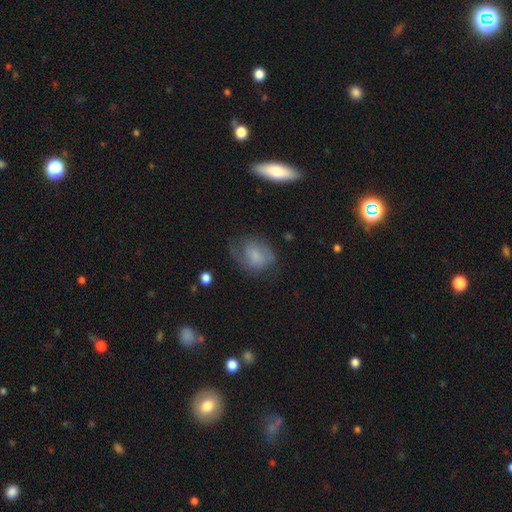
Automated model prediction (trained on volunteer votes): Smooth or featured? smooth (55%)
How rounded? in between (61%)
Merging? none (48%)